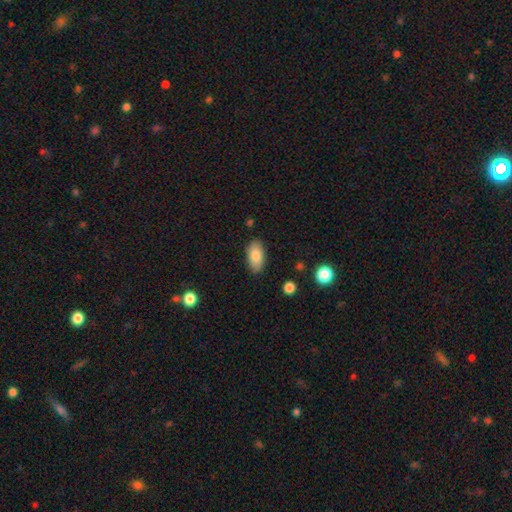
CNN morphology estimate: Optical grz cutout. It shows a smooth galaxy with no disk features (82%) that is in between round and cigar-shaped (93%). Merging: none (86%).